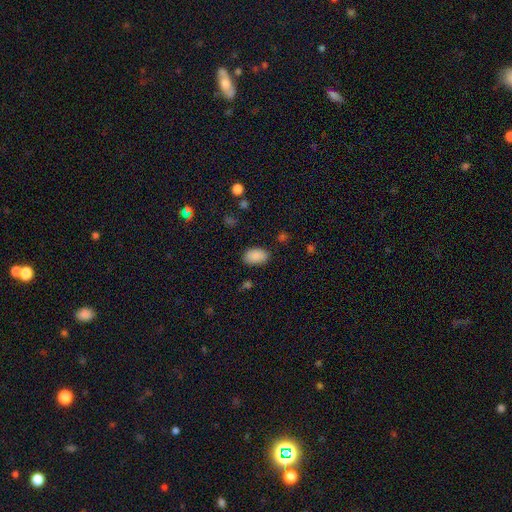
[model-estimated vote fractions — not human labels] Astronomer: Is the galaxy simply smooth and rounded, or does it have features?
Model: smooth — 88%.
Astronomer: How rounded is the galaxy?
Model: in between — 93%.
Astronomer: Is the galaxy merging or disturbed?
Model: none — 84%.